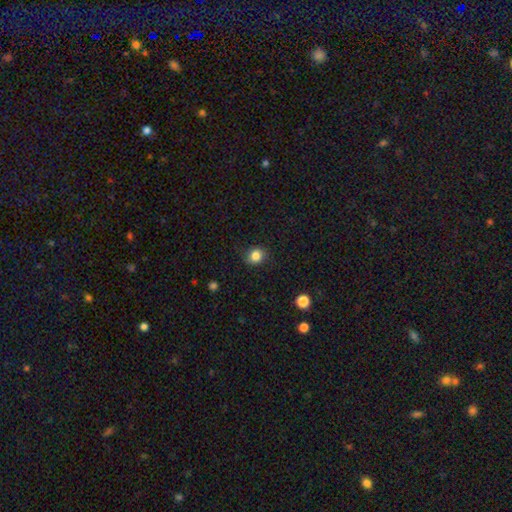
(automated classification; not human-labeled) The model was most divided on "how rounded": round: 75%, in between: 24%, cigar-shaped: 1%. More confident: smooth or featured — smooth (84%); merging — none (84%).